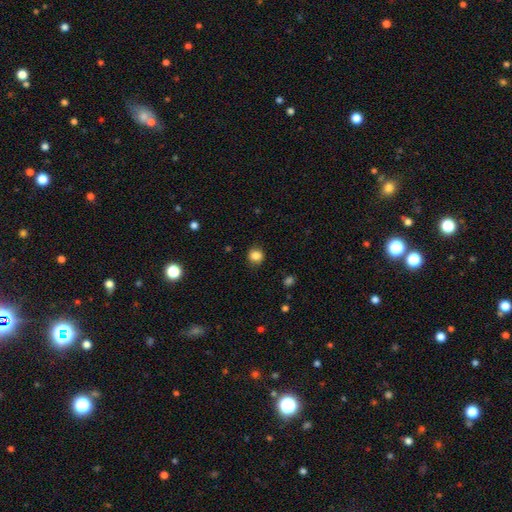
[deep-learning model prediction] Smooth or featured? Predicted: smooth (p=0.85). How rounded? Predicted: round (p=0.80). Merging? Predicted: none (p=0.85).